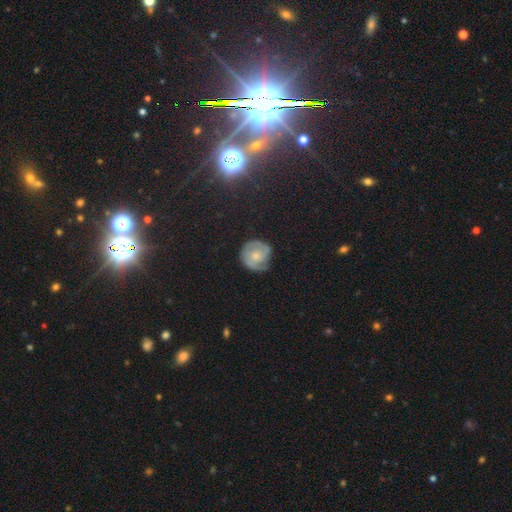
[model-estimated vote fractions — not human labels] Q: Smooth or featured?
A: featured or disk (67%); runner-up: smooth (25%)
Q: Edge-on disk?
A: no (98%); runner-up: yes (2%)
Q: Bar?
A: no (74%); runner-up: weak (22%)
Q: Spiral arms?
A: yes (92%); runner-up: no (8%)
Q: Spiral winding?
A: tight (59%); runner-up: medium (32%)
Q: Spiral arm count?
A: 2 (60%); runner-up: can't tell (16%)
Q: Bulge size?
A: small (50%); runner-up: moderate (40%)
Q: Merging?
A: none (69%); runner-up: minor disturbance (22%)